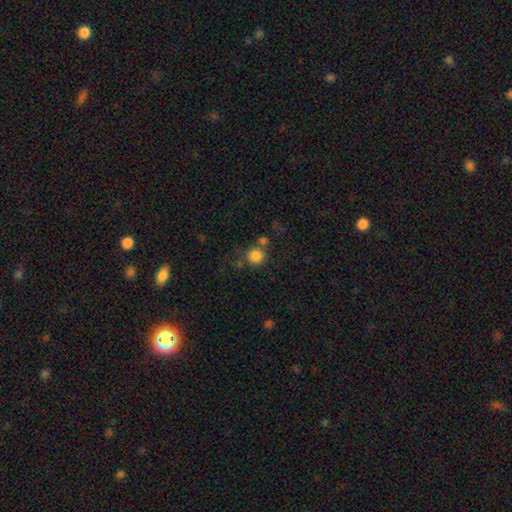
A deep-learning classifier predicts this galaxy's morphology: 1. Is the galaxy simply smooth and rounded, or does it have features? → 83% smooth, 11% star or artifact, 6% featured or disk.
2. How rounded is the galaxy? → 92% round, 7% in between, 1% cigar-shaped.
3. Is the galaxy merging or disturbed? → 68% none, 17% merger, 11% minor disturbance, 5% major disturbance.